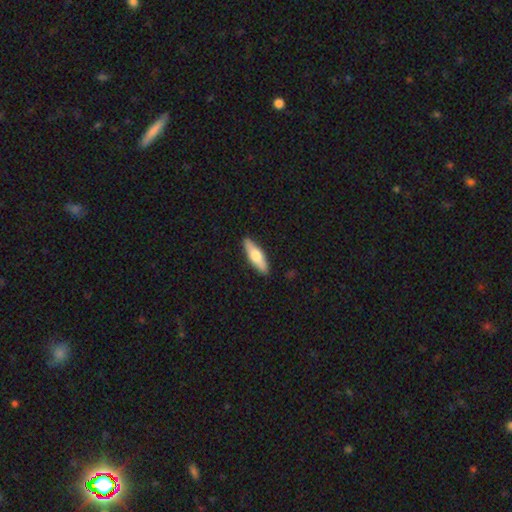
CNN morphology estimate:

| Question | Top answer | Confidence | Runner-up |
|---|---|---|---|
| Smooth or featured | smooth | 57% | featured or disk (38%) |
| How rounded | cigar-shaped | 58% | in between (40%) |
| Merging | none | 90% | minor disturbance (7%) |